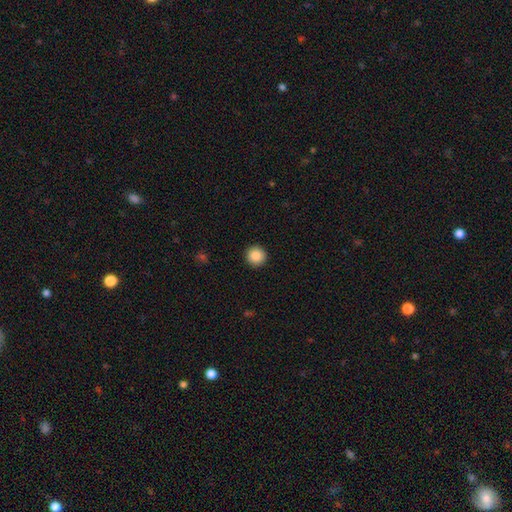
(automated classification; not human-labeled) Smooth or featured: smooth — 88% (star or artifact — 9%)
How rounded: round — 96% (in between — 3%)
Merging: none — 93% (minor disturbance — 5%)